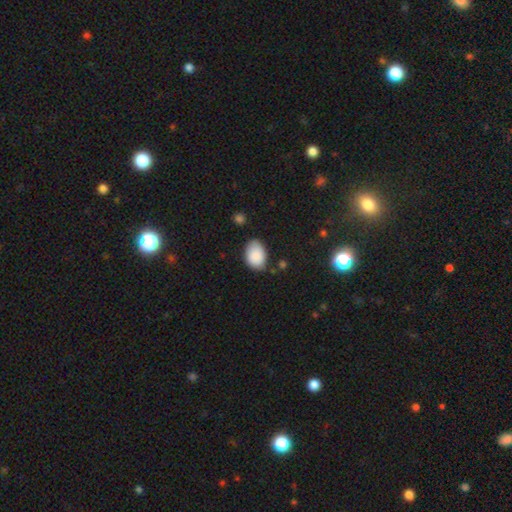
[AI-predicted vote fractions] Morphology: type=smooth (88%); roundness=in between (83%); merging=none (71%).